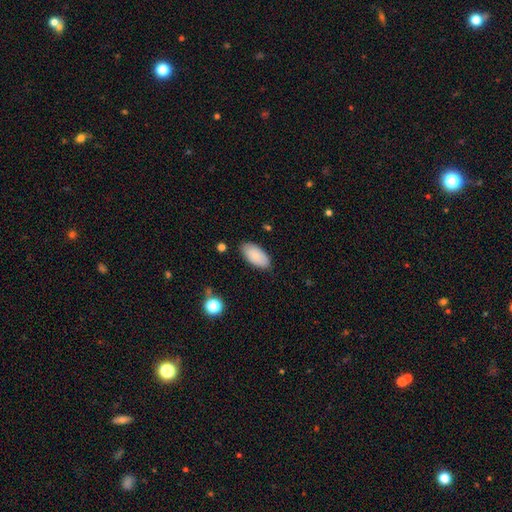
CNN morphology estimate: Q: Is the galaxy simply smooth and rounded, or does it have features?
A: smooth — 86%.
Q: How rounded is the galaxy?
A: in between — 94%.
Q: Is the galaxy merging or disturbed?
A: none — 83%.